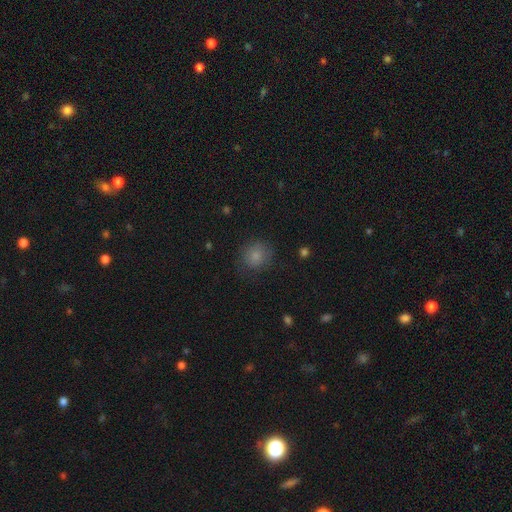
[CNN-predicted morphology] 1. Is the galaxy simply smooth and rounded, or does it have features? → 83% smooth, 10% star or artifact, 7% featured or disk.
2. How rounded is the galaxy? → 81% round, 18% in between, 1% cigar-shaped.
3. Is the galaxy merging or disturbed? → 76% none, 16% minor disturbance, 6% major disturbance, 1% merger.